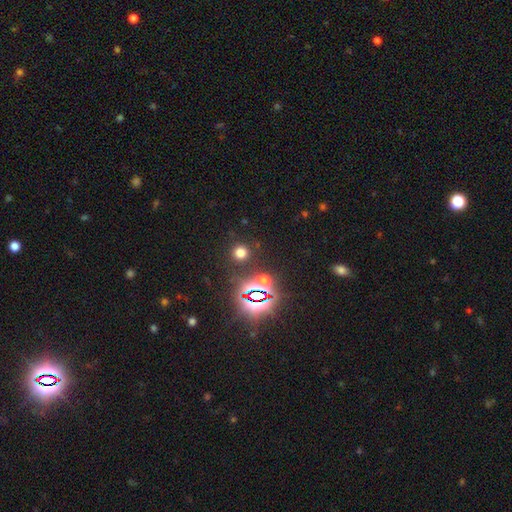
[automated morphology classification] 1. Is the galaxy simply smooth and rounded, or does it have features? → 81% star or artifact, 11% smooth, 7% featured or disk.